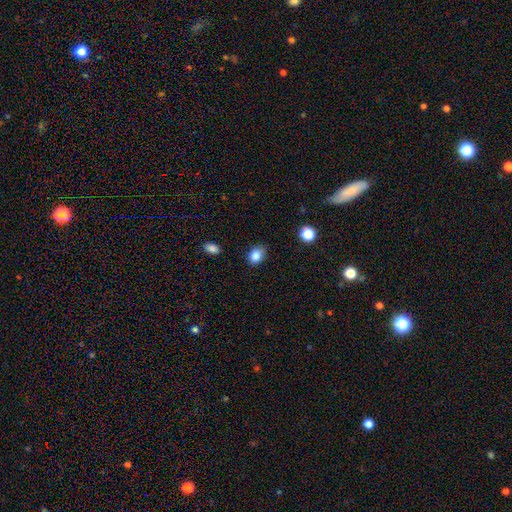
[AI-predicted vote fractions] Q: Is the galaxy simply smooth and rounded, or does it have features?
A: smooth — 85%.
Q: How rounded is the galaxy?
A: in between — 64%.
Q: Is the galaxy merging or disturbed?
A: none — 74%.